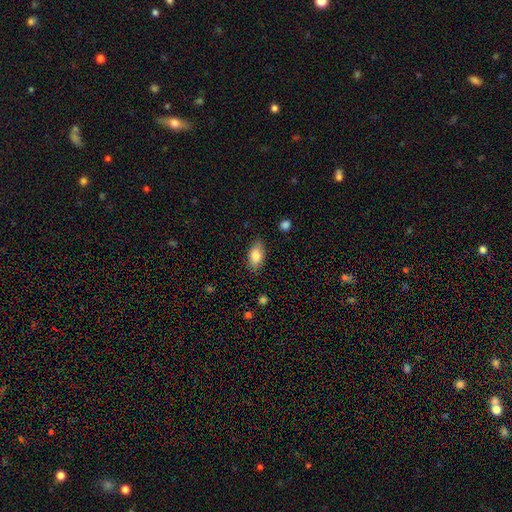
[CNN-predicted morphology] Smooth or featured: smooth — 83% (featured or disk — 10%)
How rounded: in between — 90% (round — 6%)
Merging: none — 80% (minor disturbance — 15%)